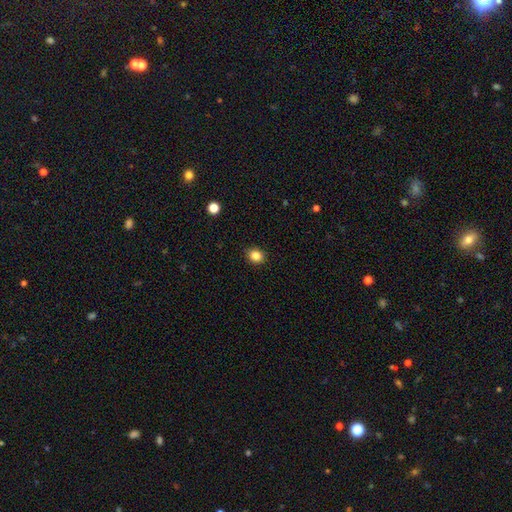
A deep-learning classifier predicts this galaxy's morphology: smooth-or-featured: smooth: 85% | star or artifact: 11% | featured or disk: 4%
  how-rounded: round: 65% | in between: 34% | cigar-shaped: 1%
  merging: none: 90% | minor disturbance: 7% | major disturbance: 2% | merger: 1%